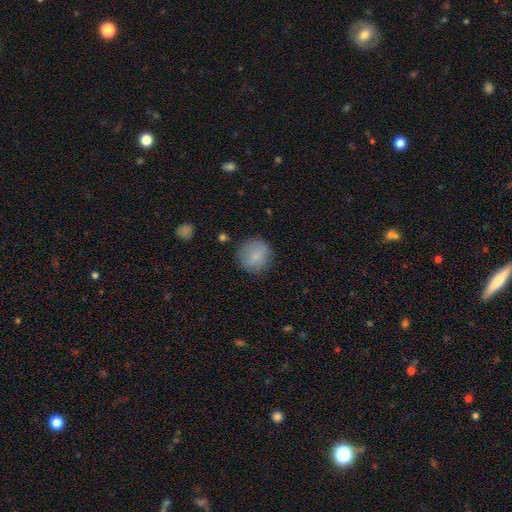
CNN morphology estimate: smooth 82%, featured or disk 10%, star or artifact 8%. Down the decision tree: how rounded — round (90%); merging — none (82%).